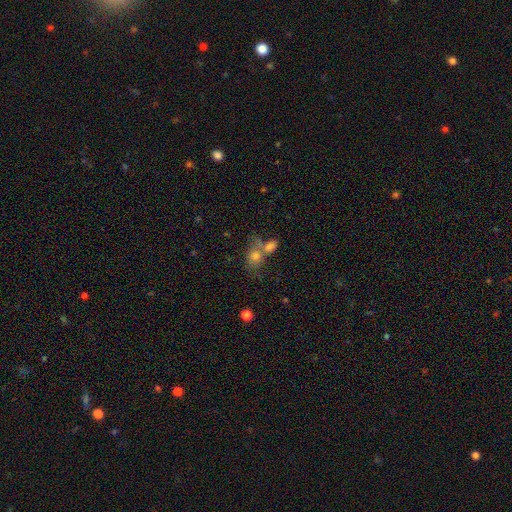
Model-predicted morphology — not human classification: The model was most divided on "how rounded": in between: 53%, round: 44%, cigar-shaped: 3%. Remaining: smooth or featured — smooth (68%); merging — merger (45%).